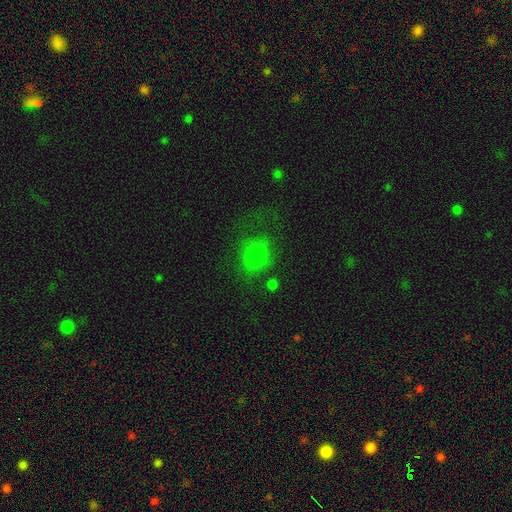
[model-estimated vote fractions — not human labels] Smooth or featured? Predicted: smooth (p=0.74). How rounded? Predicted: round (p=0.71). Merging? Predicted: none (p=0.56).